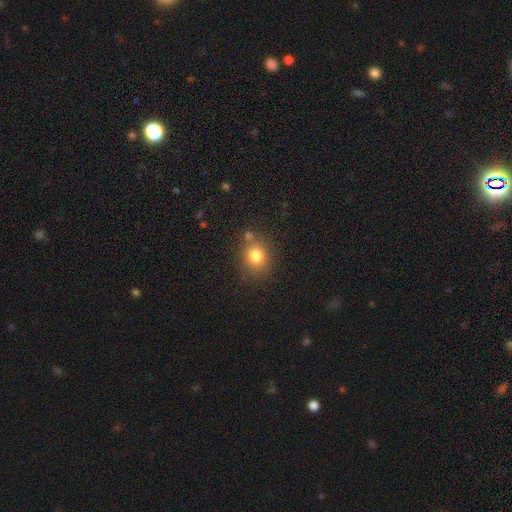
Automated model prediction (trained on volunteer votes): The model was most divided on "how rounded": round: 73%, in between: 26%, cigar-shaped: 1%. More confident: smooth or featured — smooth (80%); merging — none (72%).